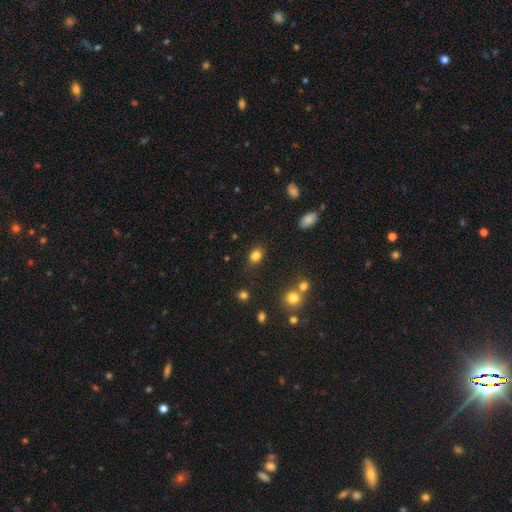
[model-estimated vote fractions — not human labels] Q: Smooth or featured?
A: smooth (82%); runner-up: star or artifact (11%)
Q: How rounded?
A: in between (58%); runner-up: round (40%)
Q: Merging?
A: none (80%); runner-up: minor disturbance (13%)